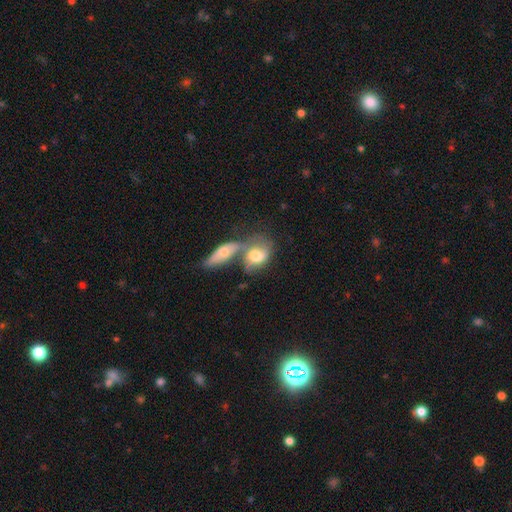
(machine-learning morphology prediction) This appears to be a smooth galaxy with no disk features (52%) that is in between round and cigar-shaped (73%). Merging: merger (67%).